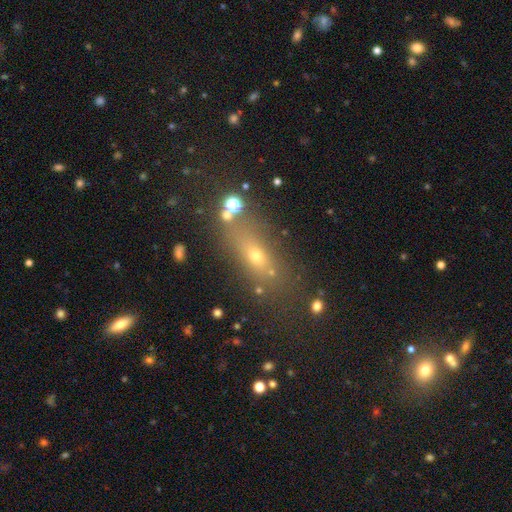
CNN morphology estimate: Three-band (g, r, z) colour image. It shows a smooth galaxy with no disk features (59%) that is in between round and cigar-shaped (54%). Merging: none (66%).